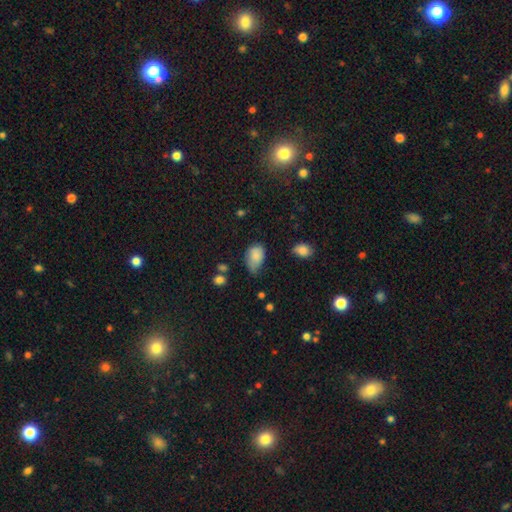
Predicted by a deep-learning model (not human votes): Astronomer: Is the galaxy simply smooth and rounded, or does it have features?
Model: smooth — 80%.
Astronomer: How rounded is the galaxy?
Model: in between — 86%.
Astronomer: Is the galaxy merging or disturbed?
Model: minor disturbance — 47% (runner-up: none, 36%).